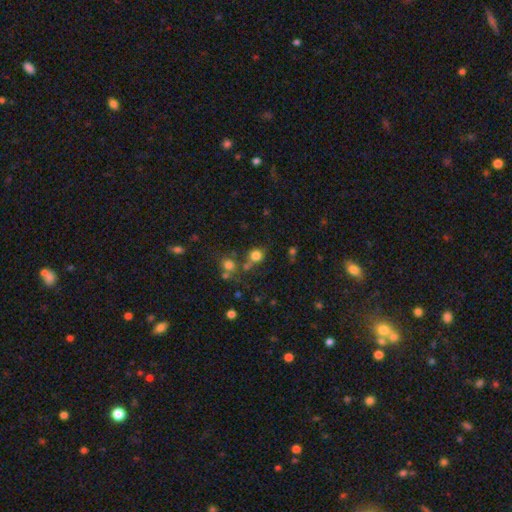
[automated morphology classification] Smooth or featured: smooth — 76% (star or artifact — 16%)
How rounded: round — 86% (in between — 13%)
Merging: none — 62% (merger — 21%)